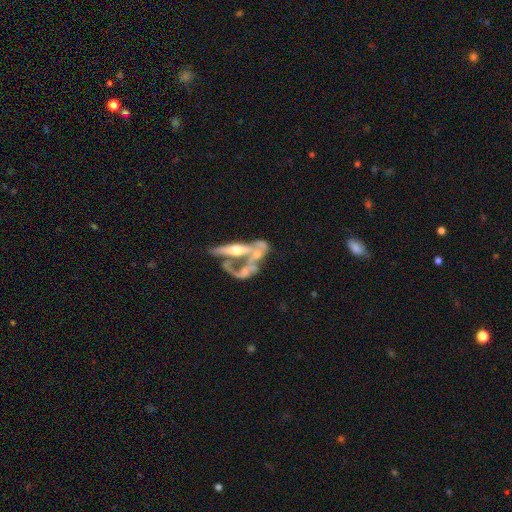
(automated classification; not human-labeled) Smooth or featured? Predicted: featured or disk (p=0.70). Edge-on disk? Predicted: no (p=0.79). Bar? Predicted: no (p=0.82). Spiral arms? Predicted: no (p=0.77). Bulge size? Predicted: moderate (p=0.42). Merging? Predicted: merger (p=0.55).